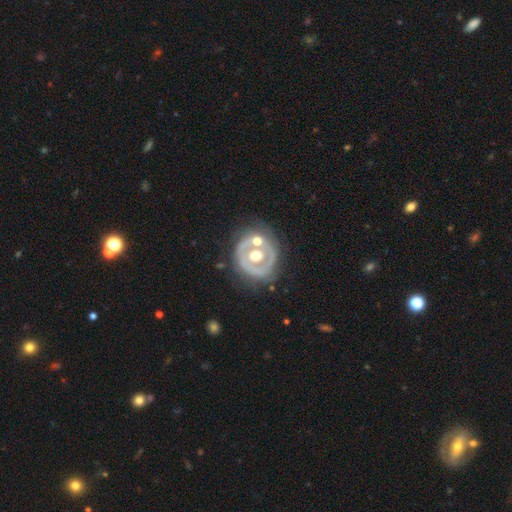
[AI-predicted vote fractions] Smooth or featured? Predicted: featured or disk (p=0.63). Edge-on disk? Predicted: no (p=0.96). Bar? Predicted: no (p=0.85). Spiral arms? Predicted: no (p=0.81). Bulge size? Predicted: moderate (p=0.78). Merging? Predicted: none (p=0.61).